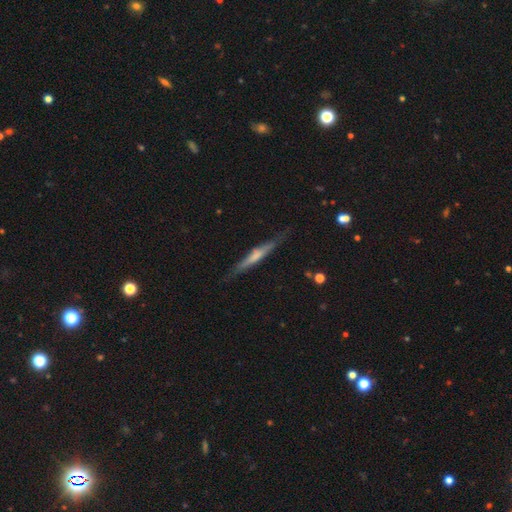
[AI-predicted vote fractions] Smooth or featured: featured or disk — 54% (smooth — 40%)
Edge-on disk: yes — 95% (no — 5%)
Edge-on bulge: none — 41% (rounded — 36%)
Merging: none — 81% (minor disturbance — 14%)